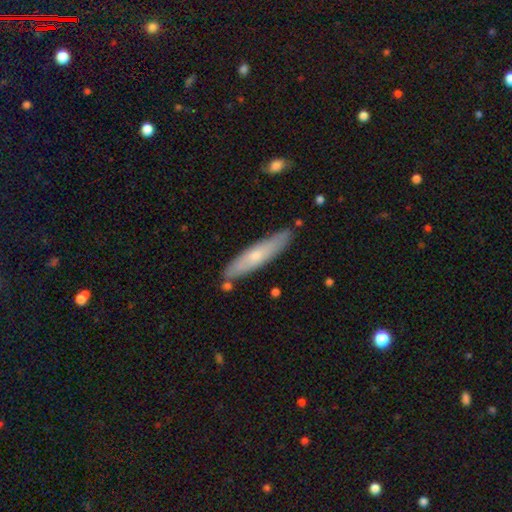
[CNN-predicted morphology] Smooth or featured? Predicted: smooth (p=0.57). How rounded? Predicted: cigar-shaped (p=0.85). Merging? Predicted: none (p=0.80).